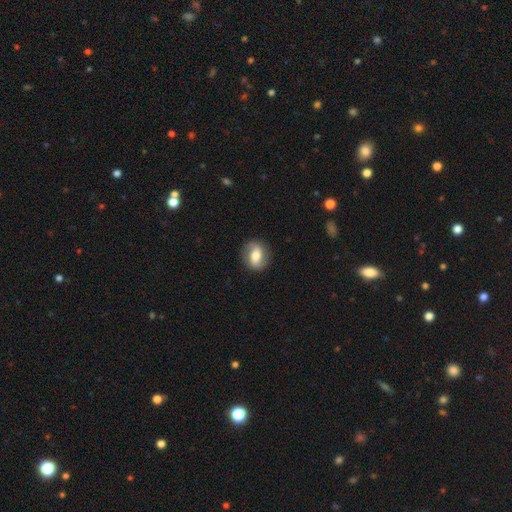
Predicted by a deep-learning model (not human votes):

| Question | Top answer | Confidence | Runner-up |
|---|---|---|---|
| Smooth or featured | featured or disk | 54% | smooth (39%) |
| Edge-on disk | no | 94% | yes (6%) |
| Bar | strong | 40% | weak (37%) |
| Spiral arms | yes | 72% | no (28%) |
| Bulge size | moderate | 56% | large (25%) |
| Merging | none | 84% | minor disturbance (11%) |